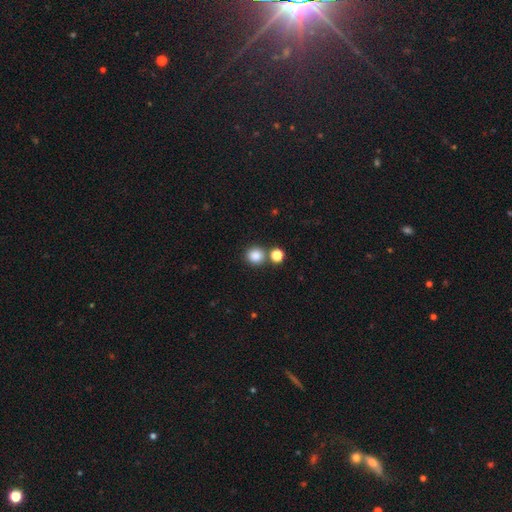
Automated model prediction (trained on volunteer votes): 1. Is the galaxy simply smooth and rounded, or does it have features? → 85% smooth, 11% star or artifact, 4% featured or disk.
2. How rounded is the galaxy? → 88% round, 11% in between, 1% cigar-shaped.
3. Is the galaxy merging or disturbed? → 74% none, 16% merger, 8% minor disturbance, 3% major disturbance.